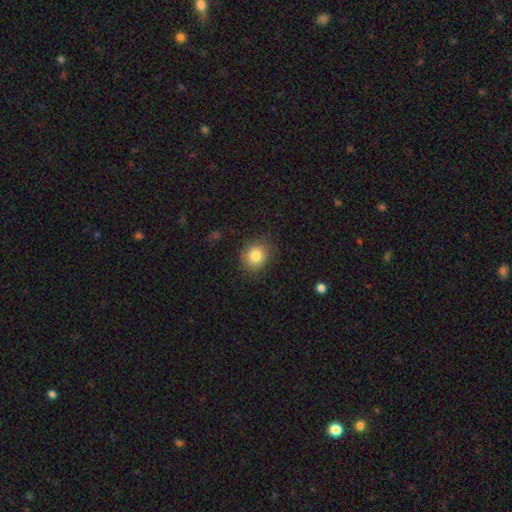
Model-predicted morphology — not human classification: type=smooth (82%); roundness=round (72%); merging=none (83%).